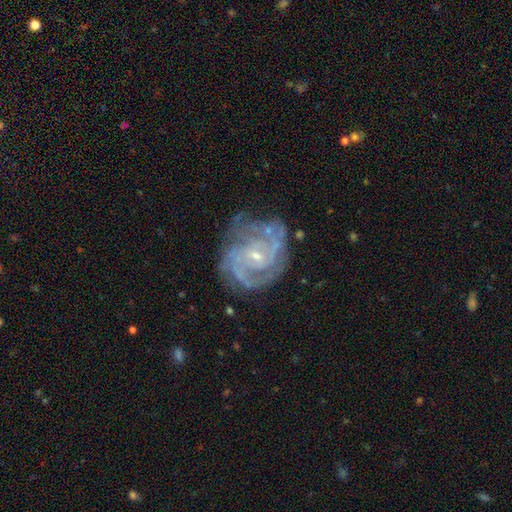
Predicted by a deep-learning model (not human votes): Smooth or featured? Predicted: featured or disk (p=0.87). Edge-on disk? Predicted: no (p=0.98). Bar? Predicted: no (p=0.53). Spiral arms? Predicted: yes (p=0.96). Spiral winding? Predicted: tight (p=0.58). Spiral arm count? Predicted: 2 (p=0.33). Bulge size? Predicted: small (p=0.74). Merging? Predicted: none (p=0.66).